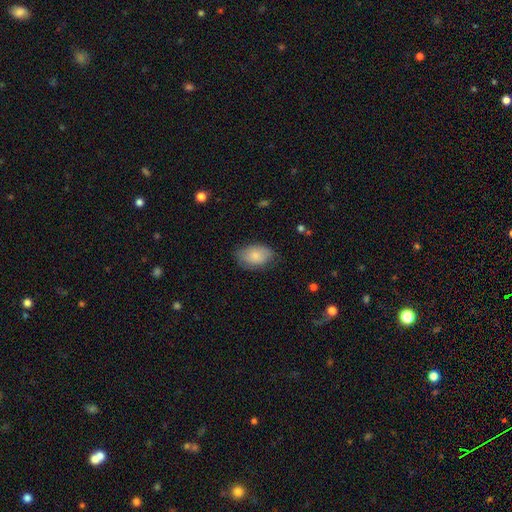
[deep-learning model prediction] The model was most divided on "merging": none: 72%, minor disturbance: 22%, major disturbance: 5%, merger: 1%. More confident: how rounded — in between (90%); smooth or featured — smooth (81%).